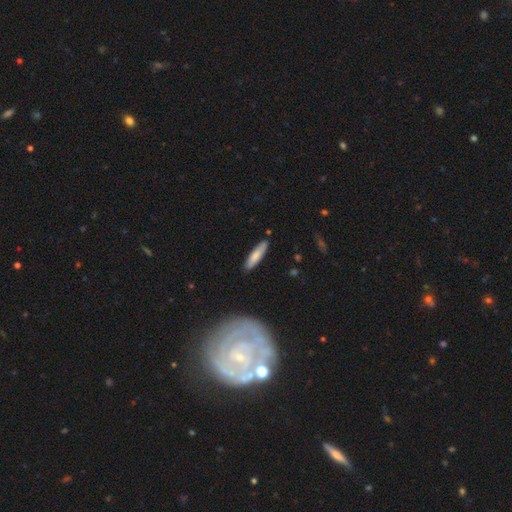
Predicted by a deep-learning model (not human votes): This appears to be a smooth galaxy with no disk features (76%) that is cigar-shaped (75%). Merging: none (87%).